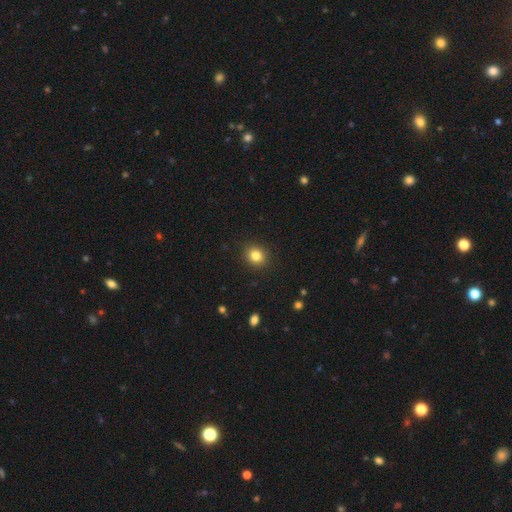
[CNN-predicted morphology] Smooth or featured: smooth — 83% (star or artifact — 11%)
How rounded: round — 75% (in between — 24%)
Merging: none — 90% (minor disturbance — 6%)